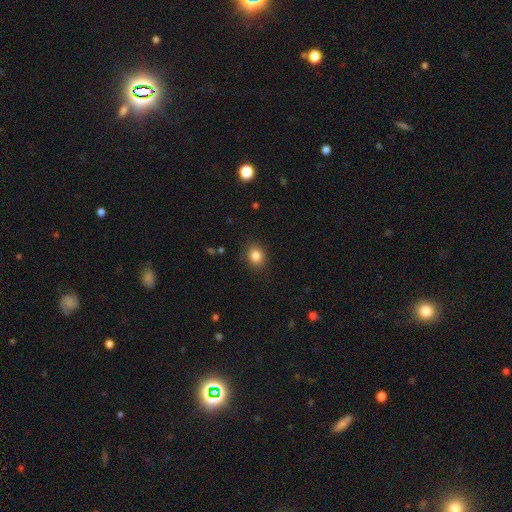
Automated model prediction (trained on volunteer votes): The model was most divided on "how rounded": round: 58%, in between: 41%, cigar-shaped: 1%. More confident: merging — none (88%); smooth or featured — smooth (84%).